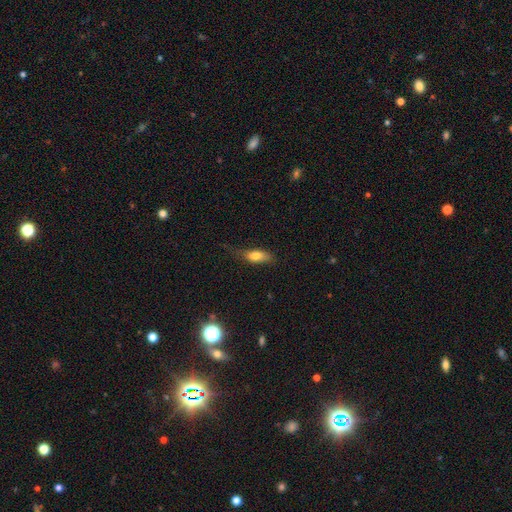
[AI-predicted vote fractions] smooth 74%, featured or disk 18%, star or artifact 8%. Down the decision tree: how rounded — in between (72%); merging — none (60%).